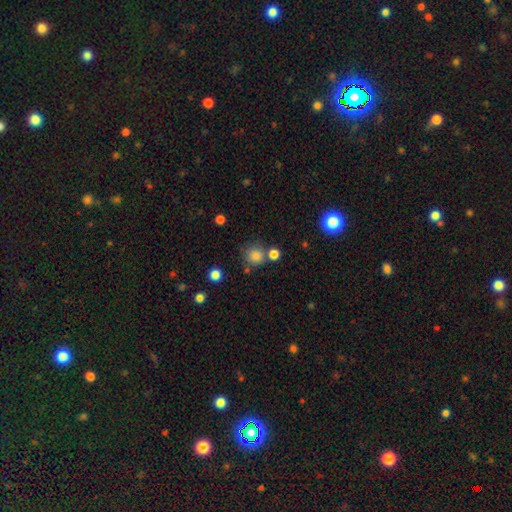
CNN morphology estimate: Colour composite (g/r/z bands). It shows a smooth galaxy with no disk features (83%) that is round (89%). Merging: none (69%).